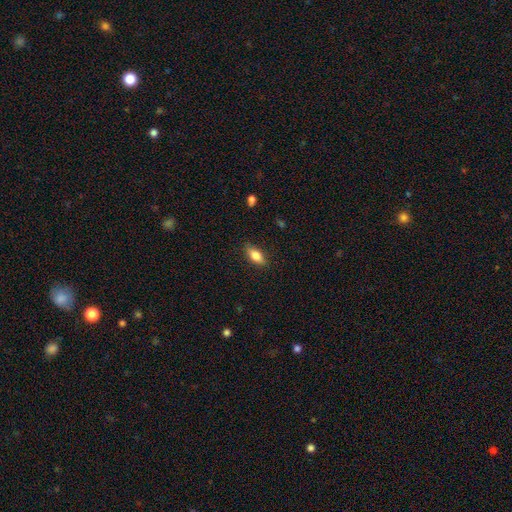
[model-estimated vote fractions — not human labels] Q: Smooth or featured?
A: smooth (81%); runner-up: featured or disk (12%)
Q: How rounded?
A: in between (84%); runner-up: cigar-shaped (12%)
Q: Merging?
A: none (86%); runner-up: minor disturbance (11%)